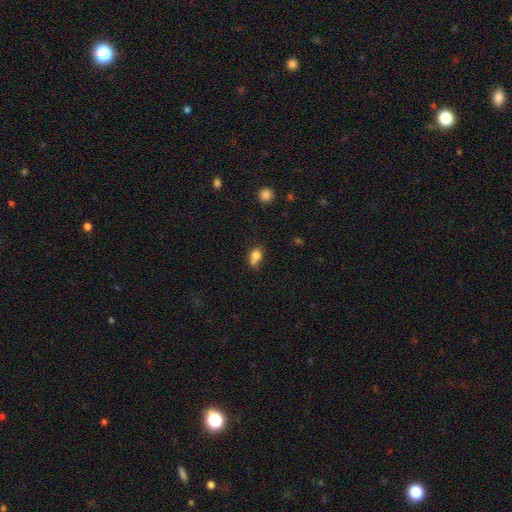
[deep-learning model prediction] Morphology: type=smooth (76%); roundness=round (50%); merging=merger (46%).